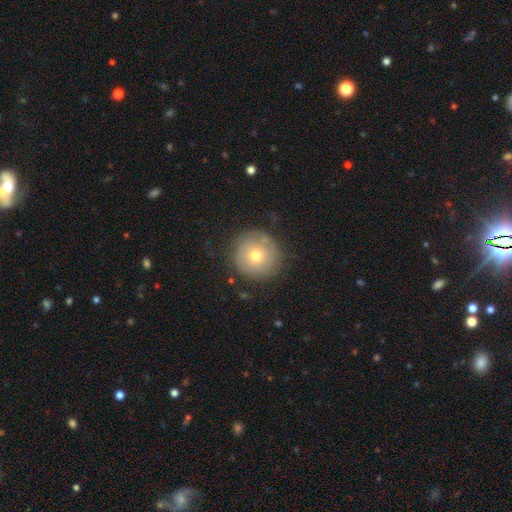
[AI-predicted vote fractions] This appears to be a smooth galaxy with no disk features (64%) that is round (95%). Merging: none (84%).